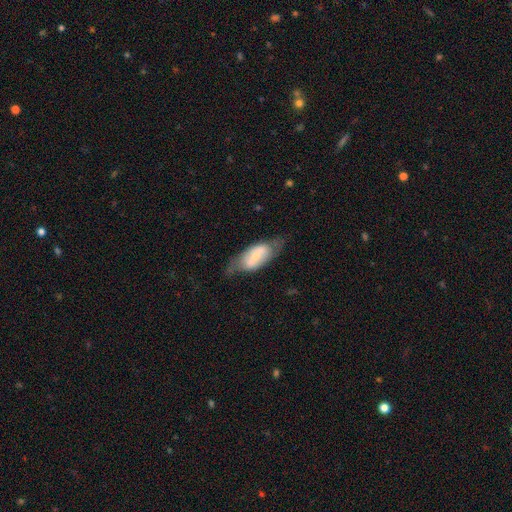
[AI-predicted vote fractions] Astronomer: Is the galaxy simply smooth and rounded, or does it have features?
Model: featured or disk — 51% (runner-up: smooth, 43%).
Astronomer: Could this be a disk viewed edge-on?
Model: no — 84%.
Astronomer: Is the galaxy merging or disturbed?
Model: none — 59%.